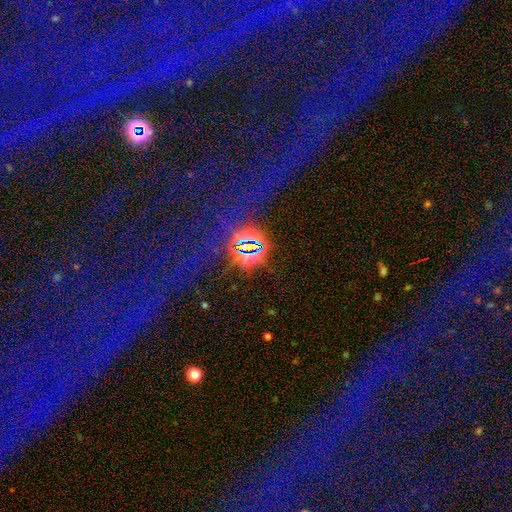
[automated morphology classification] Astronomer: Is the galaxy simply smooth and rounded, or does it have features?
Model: star or artifact — 76%.